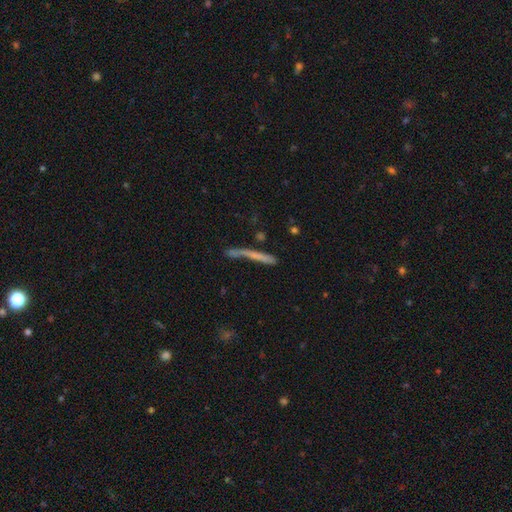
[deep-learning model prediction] Smooth or featured? Predicted: smooth (p=0.51). How rounded? Predicted: cigar-shaped (p=0.94). Merging? Predicted: none (p=0.56).